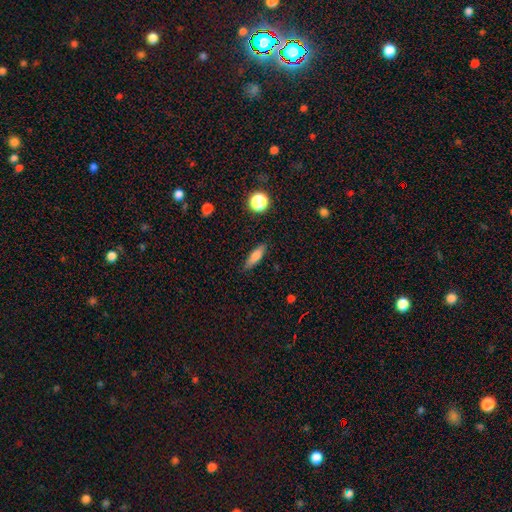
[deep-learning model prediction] Morphology: type=smooth (76%); roundness=cigar-shaped (55%); merging=none (85%).